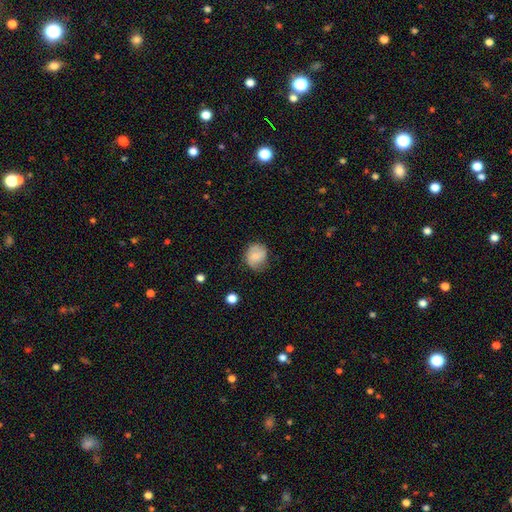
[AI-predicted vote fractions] smooth-or-featured: smooth: 70% | featured or disk: 22% | star or artifact: 8%
  how-rounded: round: 70% | in between: 29% | cigar-shaped: 1%
  merging: none: 66% | minor disturbance: 25% | major disturbance: 8% | merger: 1%